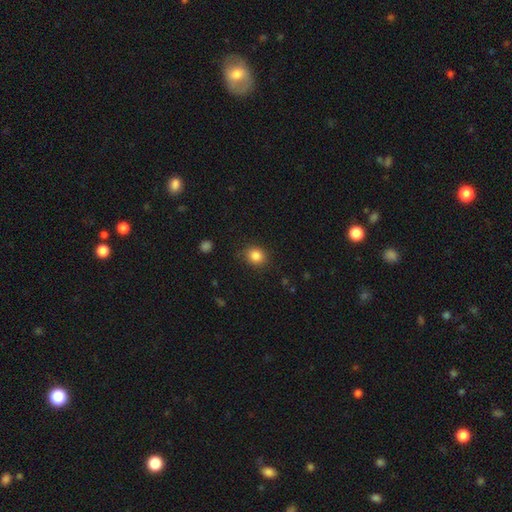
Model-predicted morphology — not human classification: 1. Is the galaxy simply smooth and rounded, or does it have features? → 85% smooth, 10% star or artifact, 5% featured or disk.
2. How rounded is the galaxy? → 71% round, 28% in between, 1% cigar-shaped.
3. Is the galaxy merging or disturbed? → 85% none, 11% minor disturbance, 3% major disturbance, 1% merger.